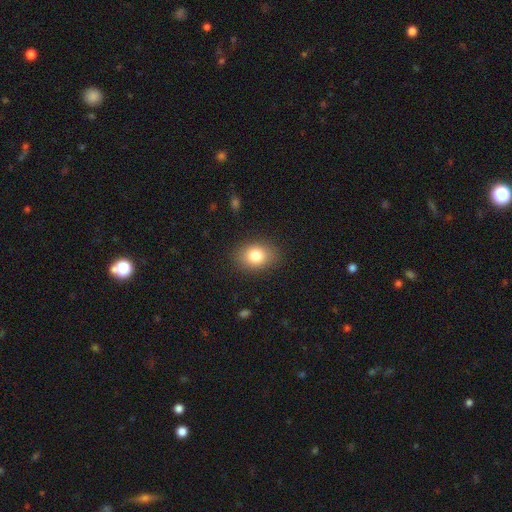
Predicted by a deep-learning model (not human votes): The model was most divided on "how rounded": in between: 63%, round: 36%, cigar-shaped: 1%. More confident: merging — none (86%); smooth or featured — smooth (83%).